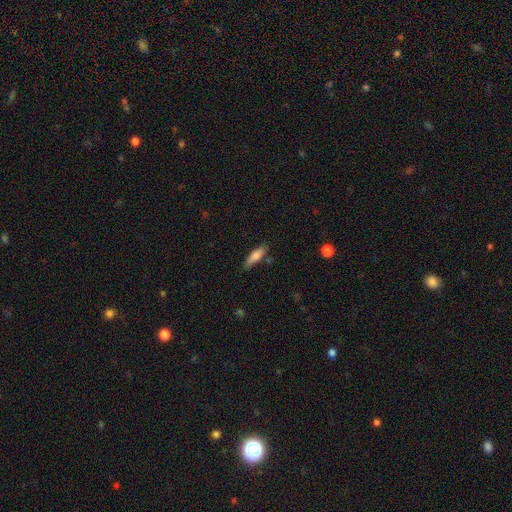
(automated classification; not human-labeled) Smooth or featured? smooth (74%)
How rounded? cigar-shaped (64%)
Merging? none (79%)